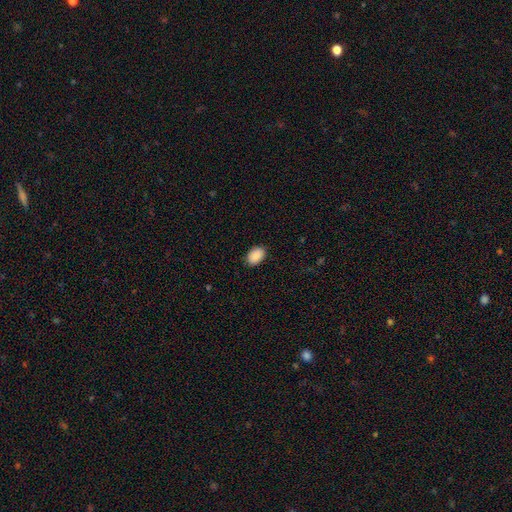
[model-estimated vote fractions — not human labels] smooth-or-featured: smooth: 90% | star or artifact: 7% | featured or disk: 3%
  how-rounded: in between: 88% | round: 11% | cigar-shaped: 1%
  merging: none: 88% | minor disturbance: 9% | major disturbance: 2% | merger: 1%